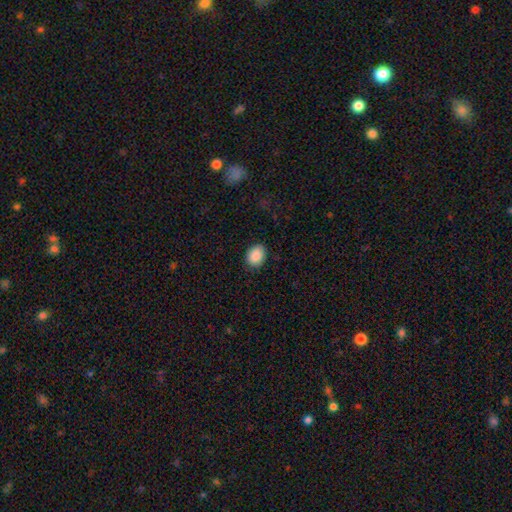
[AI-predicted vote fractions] A smooth galaxy with no disk features (89%) that is in between round and cigar-shaped (67%). Merging: none (86%).